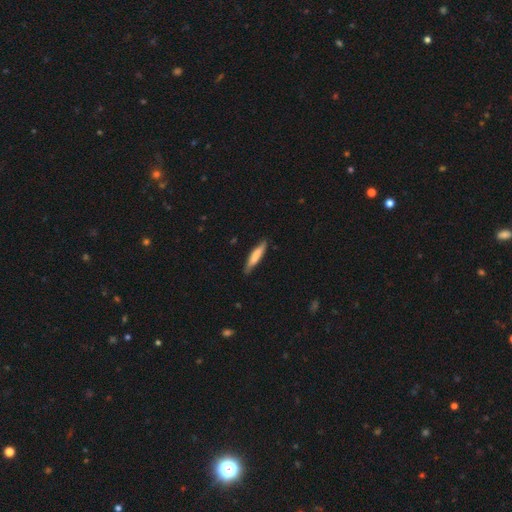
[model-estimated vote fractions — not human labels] smooth_or_featured: smooth (p=0.72) [alt: featured or disk p=0.23]
how_rounded: cigar-shaped (p=0.86) [alt: in between p=0.12]
merging: none (p=0.83) [alt: minor disturbance p=0.14]